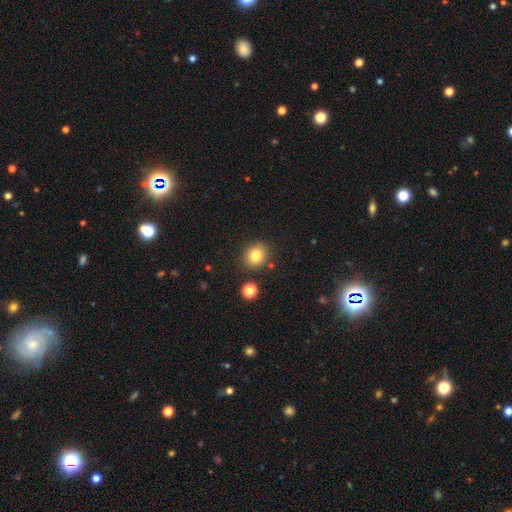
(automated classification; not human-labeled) A smooth galaxy with no disk features (82%) that is round (78%).

Vote fractions:
- Smooth or featured? smooth: 82% / star or artifact: 11% / featured or disk: 7%
- How rounded? round: 78% / in between: 21% / cigar-shaped: 1%
- Merging? none: 85% / minor disturbance: 8% / merger: 4% / major disturbance: 2%